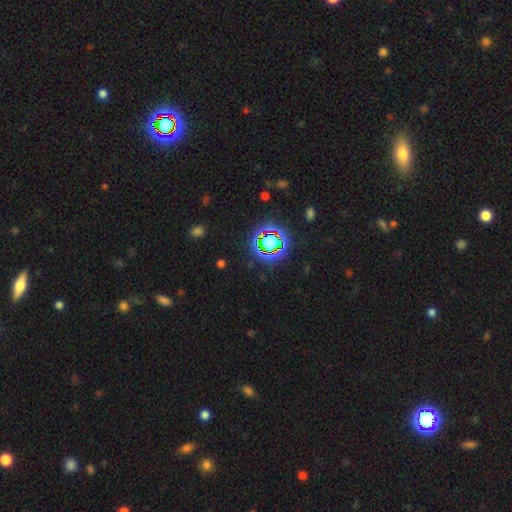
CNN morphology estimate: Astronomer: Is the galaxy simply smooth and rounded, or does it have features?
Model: star or artifact — 77%.